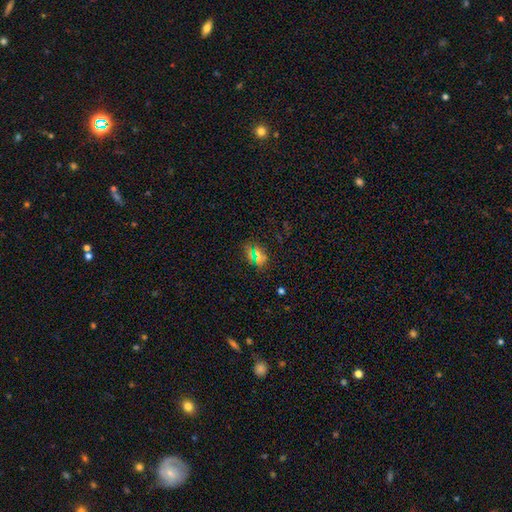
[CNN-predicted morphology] This is possibly a smooth galaxy (57%). How rounded: likely in between (63%). Merging: likely none (79%).